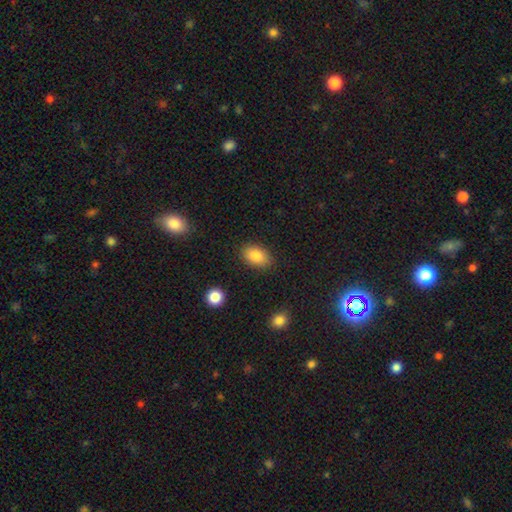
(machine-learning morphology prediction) This appears to be a smooth galaxy with no disk features (86%) that is in between round and cigar-shaped (89%). Merging: none (84%).